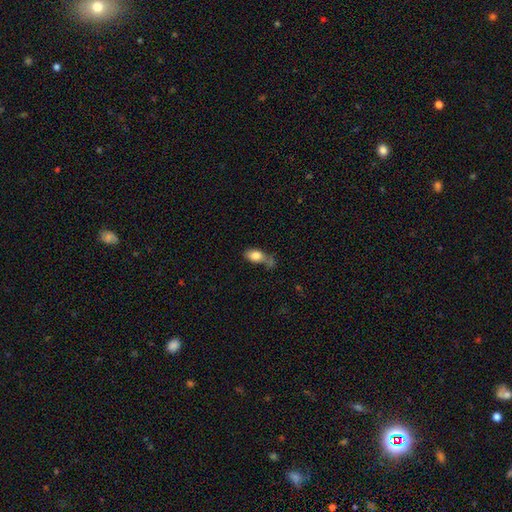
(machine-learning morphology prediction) A smooth galaxy with no disk features (82%) that is in between round and cigar-shaped (85%).

Vote fractions:
- Smooth or featured? smooth: 82% / featured or disk: 10% / star or artifact: 8%
- How rounded? in between: 85% / round: 10% / cigar-shaped: 5%
- Merging? none: 34% / merger: 28% / minor disturbance: 24% / major disturbance: 14%